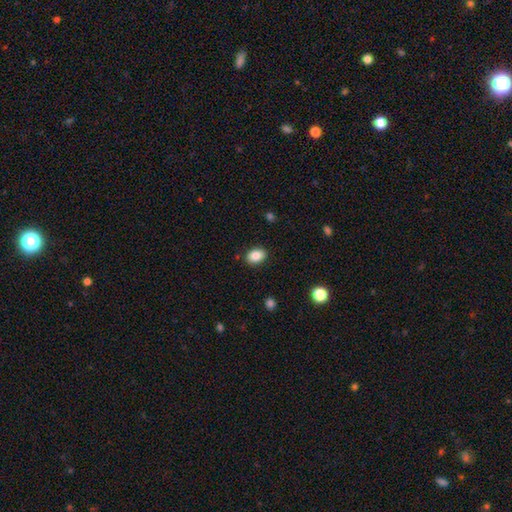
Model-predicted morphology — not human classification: Smooth or featured: smooth — 85% (star or artifact — 8%)
How rounded: in between — 80% (round — 19%)
Merging: none — 87% (minor disturbance — 9%)